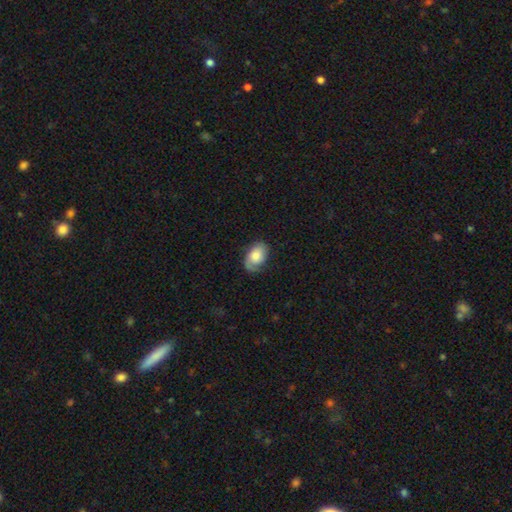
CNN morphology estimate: The model was most divided on "smooth or featured": smooth: 56%, featured or disk: 37%, star or artifact: 7%. More confident: how rounded — in between (86%); merging — none (60%).